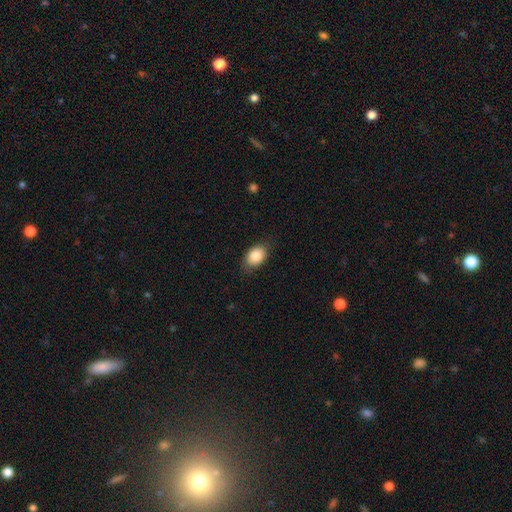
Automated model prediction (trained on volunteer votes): A smooth galaxy with no disk features (85%) that is in between round and cigar-shaped (81%). Merging: none (81%).